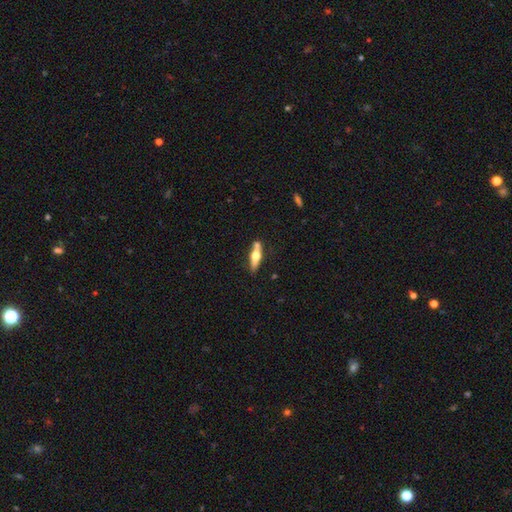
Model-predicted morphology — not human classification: Smooth or featured? Predicted: featured or disk (p=0.60). Edge-on disk? Predicted: yes (p=0.92). Edge-on bulge? Predicted: rounded (p=0.95). Merging? Predicted: none (p=0.72).